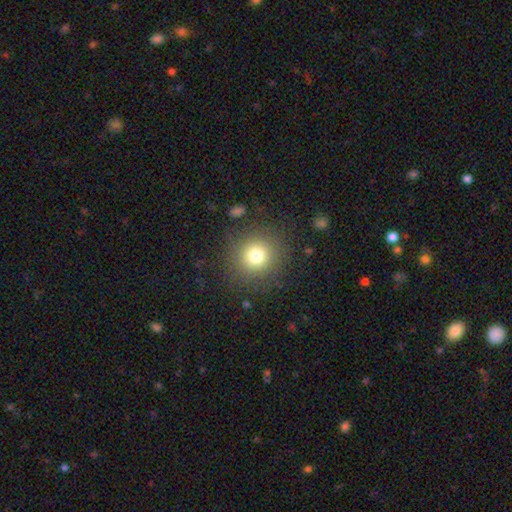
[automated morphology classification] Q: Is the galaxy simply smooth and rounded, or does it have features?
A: smooth — 76%.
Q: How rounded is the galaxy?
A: round — 92%.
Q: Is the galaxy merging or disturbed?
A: none — 86%.